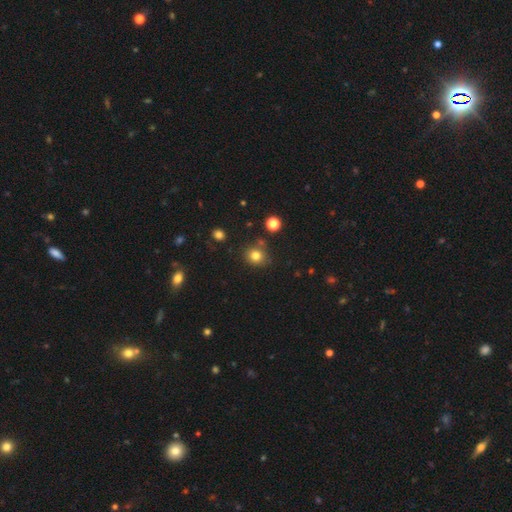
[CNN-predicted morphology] type=smooth (80%); roundness=round (81%); merging=none (77%).